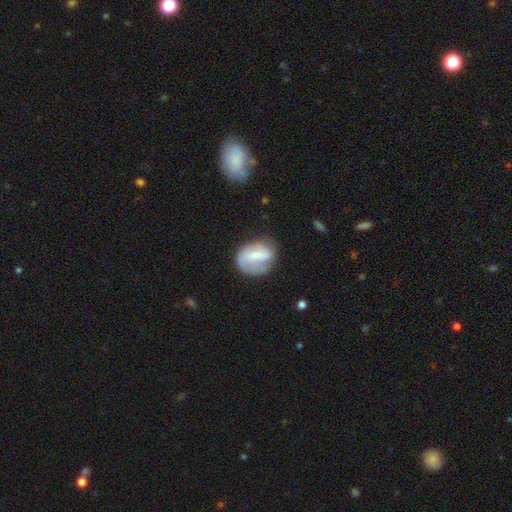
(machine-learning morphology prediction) type=smooth (48%); merging=none (58%).